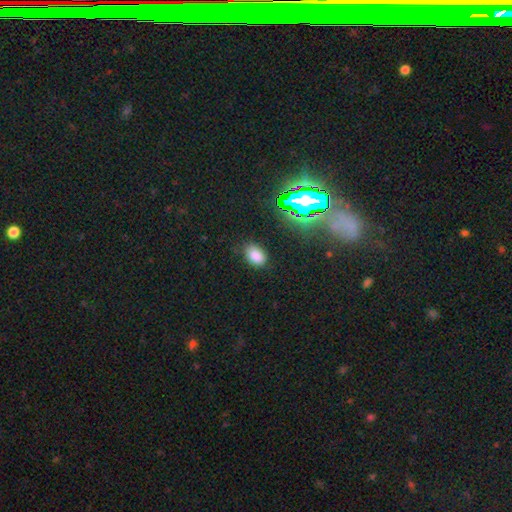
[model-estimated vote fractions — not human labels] Morphology: type=smooth (78%); roundness=in between (82%); merging=none (80%).